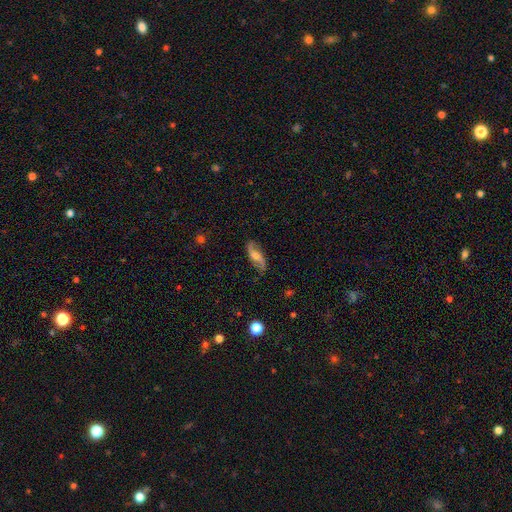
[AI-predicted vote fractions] A featured or disk galaxy (73%) with no bar (49%), 2 (92%) loose (67%) spiral arms (93%) and a moderate central bulge (54%).

Vote fractions:
- Smooth or featured? featured or disk: 73% / smooth: 20% / star or artifact: 7%
- Edge-on disk? no: 90% / yes: 10%
- Bar? no: 49% / weak: 38% / strong: 13%
- Spiral arms? yes: 93% / no: 7%
- Spiral winding? loose: 67% / medium: 25% / tight: 8%
- Spiral arm count? 2: 92% / can't tell: 4% / 1: 2% / 3: 1% / 4: 1% / more than 4: 1%
- Bulge size? moderate: 54% / small: 24% / large: 14% / none: 7% / dominant: 2%
- Merging? none: 80% / minor disturbance: 14% / major disturbance: 4% / merger: 1%